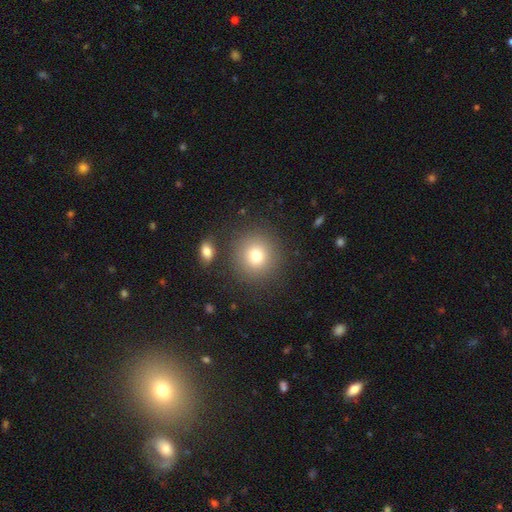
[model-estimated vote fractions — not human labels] A smooth galaxy with no disk features (75%) that is round (92%).

Vote fractions:
- Smooth or featured? smooth: 75% / star or artifact: 13% / featured or disk: 12%
- How rounded? round: 92% / in between: 7% / cigar-shaped: 1%
- Merging? none: 84% / minor disturbance: 8% / merger: 4% / major disturbance: 4%